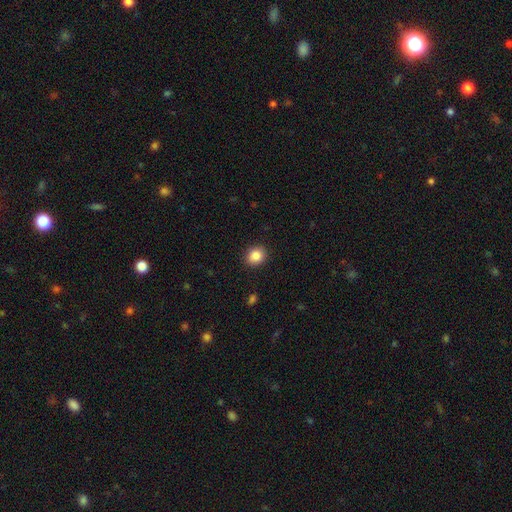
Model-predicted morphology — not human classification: A smooth galaxy with no disk features (86%) that is round (72%).

Vote fractions:
- Smooth or featured? smooth: 86% / star or artifact: 9% / featured or disk: 5%
- How rounded? round: 72% / in between: 27% / cigar-shaped: 1%
- Merging? none: 91% / minor disturbance: 6% / major disturbance: 2% / merger: 1%